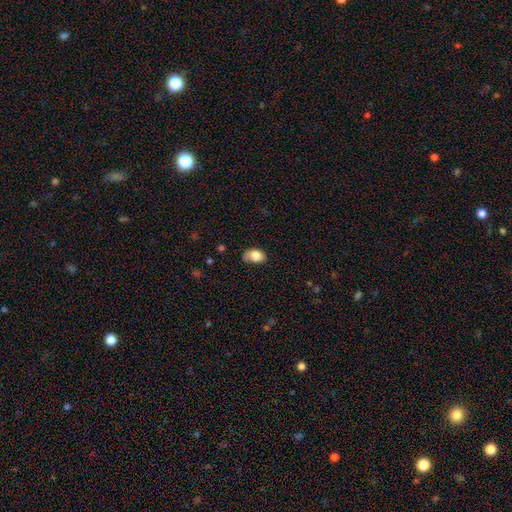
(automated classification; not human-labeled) A smooth galaxy with no disk features (81%) that is in between round and cigar-shaped (80%). Merging: none (54%).